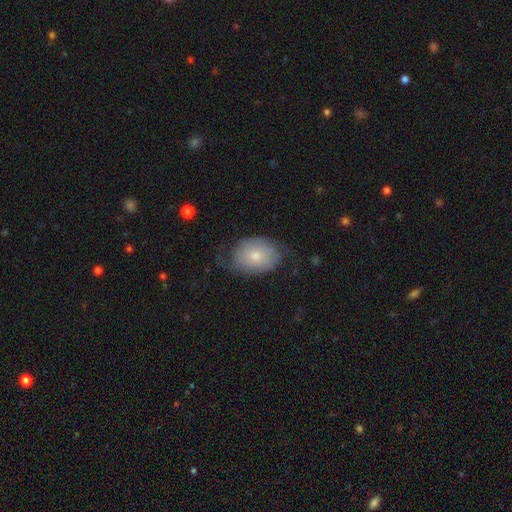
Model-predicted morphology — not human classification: Overall: smooth (50%; featured or disk 42%). Merging: none (56%; minor disturbance 27%).